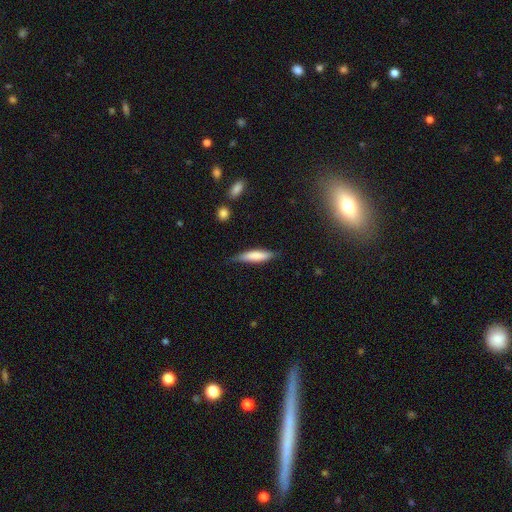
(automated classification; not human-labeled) Overall: smooth (73%). How rounded: cigar-shaped (75%). Merging: none (74%).